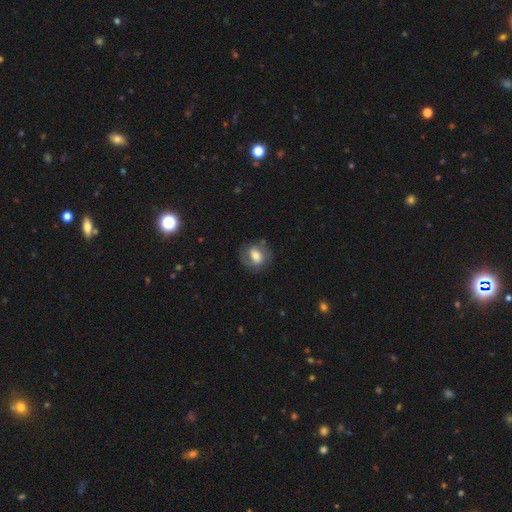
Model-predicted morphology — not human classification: The model was most divided on "how rounded": round: 52%, in between: 46%, cigar-shaped: 1%. More confident: merging — none (72%); smooth or featured — smooth (53%).